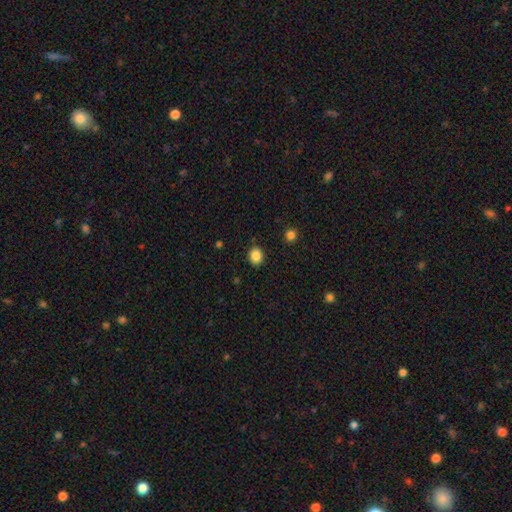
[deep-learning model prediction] Q: Smooth or featured?
A: smooth (86%); runner-up: star or artifact (10%)
Q: How rounded?
A: round (61%); runner-up: in between (38%)
Q: Merging?
A: none (88%); runner-up: minor disturbance (9%)